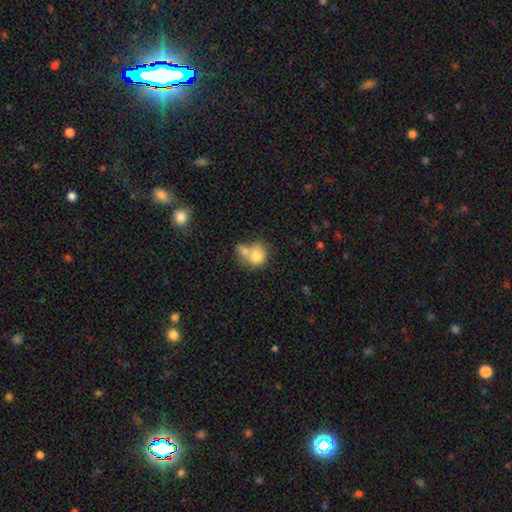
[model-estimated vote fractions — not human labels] This appears to be a smooth galaxy with no disk features (77%) that is round (73%). Merging: merger (51%).